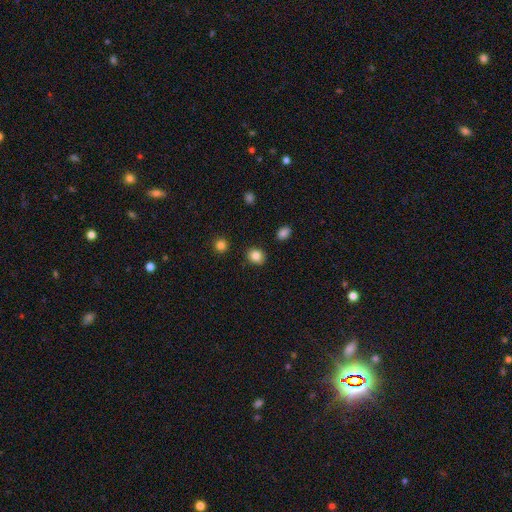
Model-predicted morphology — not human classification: Q: Smooth or featured?
A: smooth (85%); runner-up: star or artifact (10%)
Q: How rounded?
A: round (65%); runner-up: in between (35%)
Q: Merging?
A: none (89%); runner-up: minor disturbance (7%)